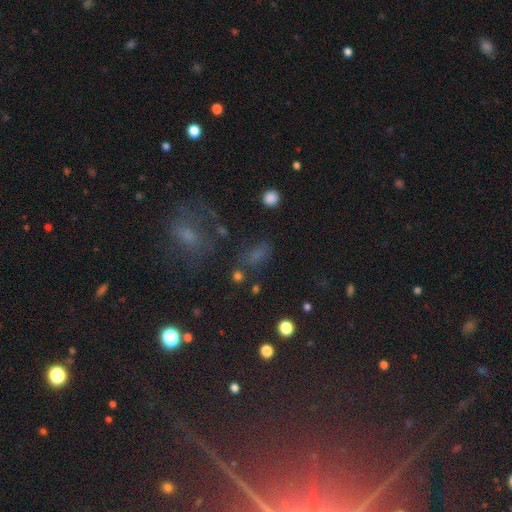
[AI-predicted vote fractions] This is possibly a smooth galaxy (53%). How rounded: likely in between (71%). Merging: likely none (63%).